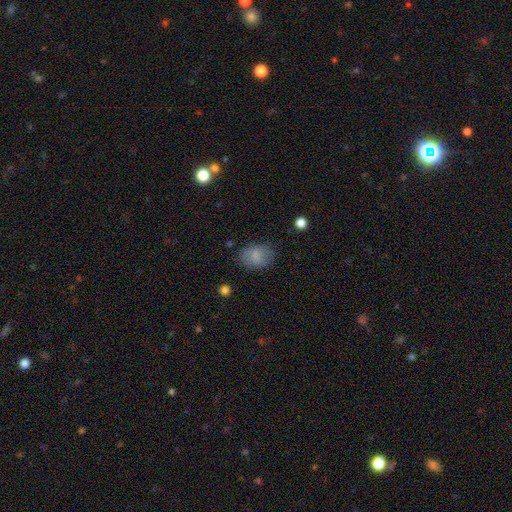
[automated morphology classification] A smooth galaxy with no disk features (81%) that is in between round and cigar-shaped (77%). Merging: none (72%).